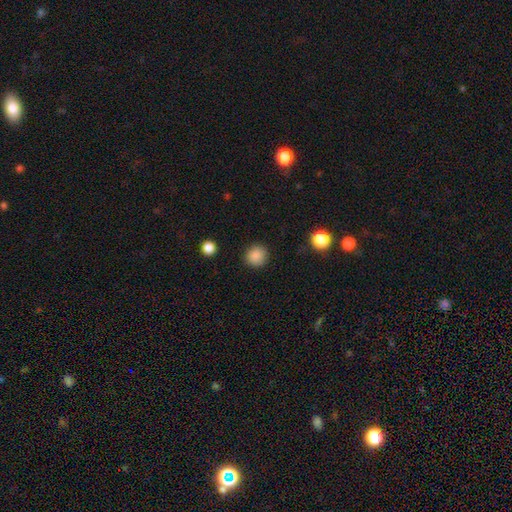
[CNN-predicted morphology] This appears to be a smooth galaxy with no disk features (87%) that is round (92%). Merging: none (89%).